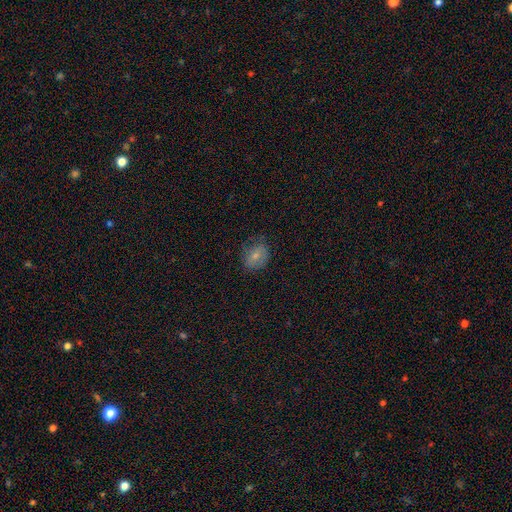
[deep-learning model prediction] Overall: smooth (72%). How rounded: round (52%; in between 47%). Merging: none (68%).